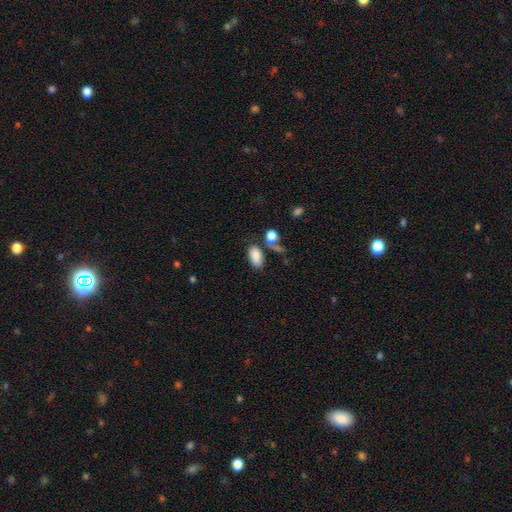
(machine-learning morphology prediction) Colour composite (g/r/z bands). It shows a smooth galaxy with no disk features (84%) that is in between round and cigar-shaped (93%). Merging: none (59%).